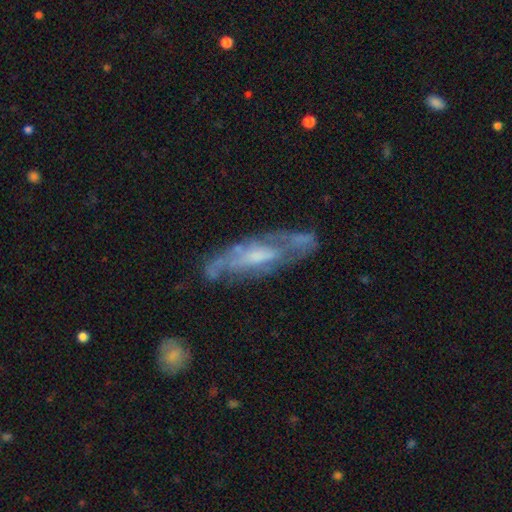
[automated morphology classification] Overall: featured or disk (73%). Edge-on disk: no (68%; yes 32%). Bar: no (51%; weak 38%). Spiral arms: yes (72%). Bulge size: small (40%; moderate 39%). Merging: none (66%).